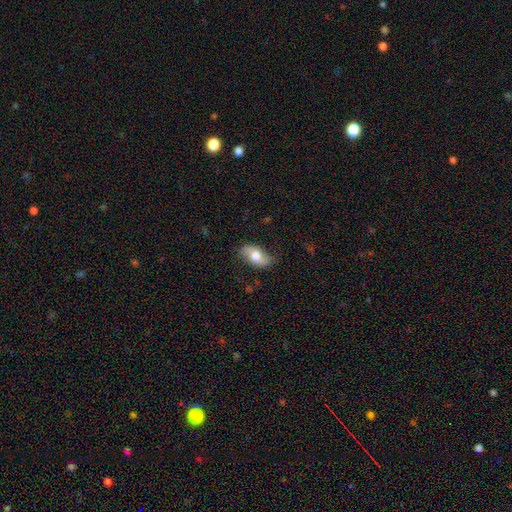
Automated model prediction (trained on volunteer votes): Morphology: type=smooth (56%); roundness=in between (90%); merging=none (75%).